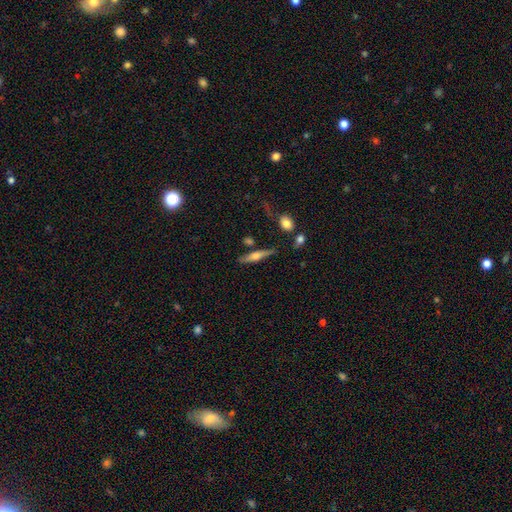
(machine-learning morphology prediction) A featured or disk galaxy (55%) viewed edge-on (94%) with a rounded central bulge (86%).

Vote fractions:
- Smooth or featured? featured or disk: 55% / smooth: 37% / star or artifact: 7%
- Edge-on disk? yes: 94% / no: 6%
- Edge-on bulge? rounded: 86% / boxy: 7% / none: 6%
- Merging? none: 76% / minor disturbance: 14% / merger: 6% / major disturbance: 4%